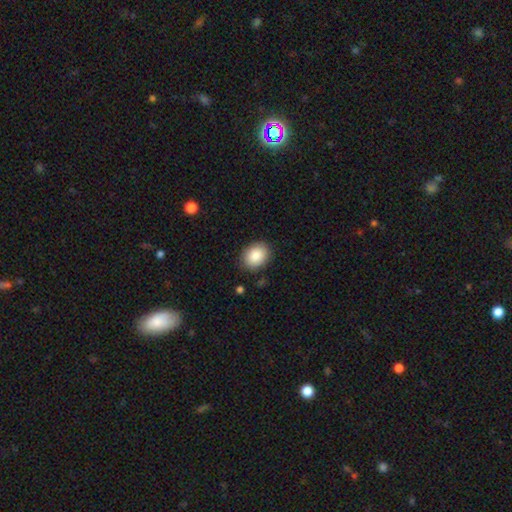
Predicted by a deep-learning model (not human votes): Morphology: type=smooth (87%); roundness=in between (52%); merging=none (87%).